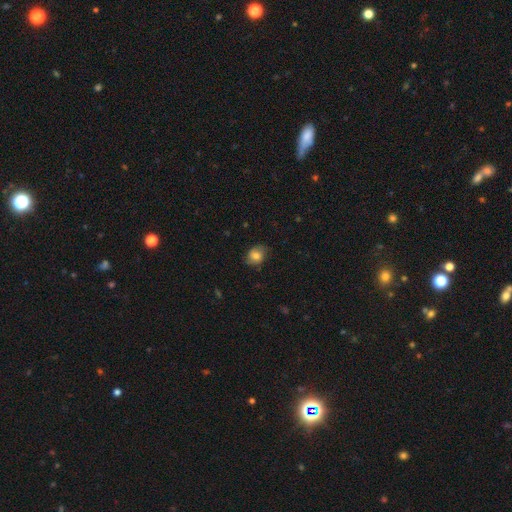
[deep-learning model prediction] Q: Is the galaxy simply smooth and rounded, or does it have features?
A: smooth — 70%.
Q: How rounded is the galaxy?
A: in between — 51%.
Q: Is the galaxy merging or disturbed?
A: none — 76%.